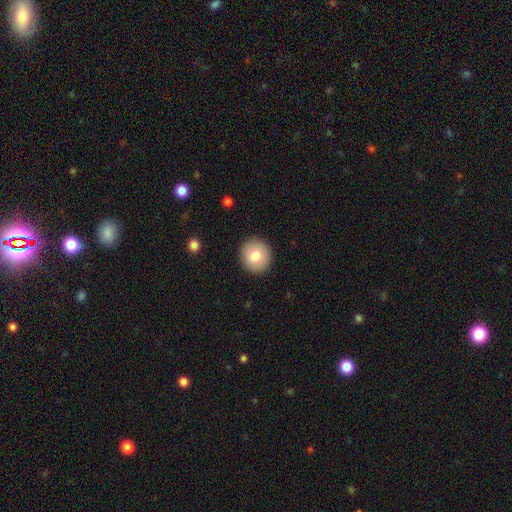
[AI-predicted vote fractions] Overall: smooth (79%). How rounded: round (91%). Merging: none (92%).